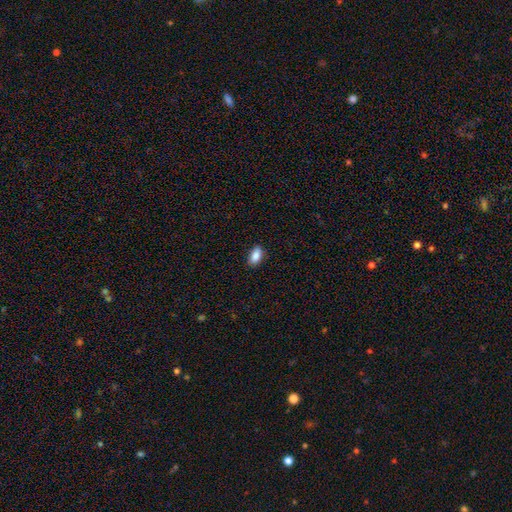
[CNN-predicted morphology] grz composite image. It shows a smooth galaxy with no disk features (87%) that is in between round and cigar-shaped (91%). Merging: none (86%).